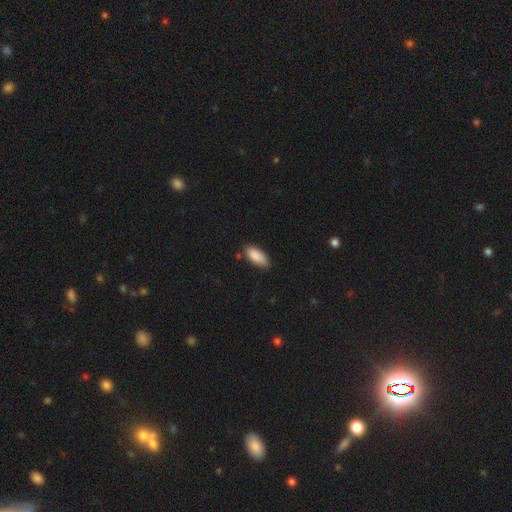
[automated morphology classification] Smooth or featured? Predicted: smooth (p=0.89). How rounded? Predicted: in between (p=0.87). Merging? Predicted: none (p=0.76).